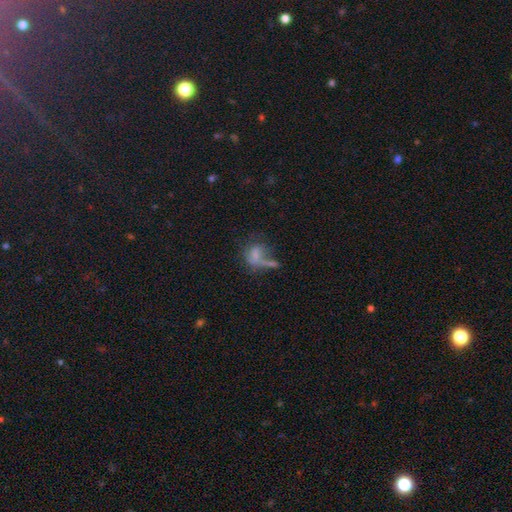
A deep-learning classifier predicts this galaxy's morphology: Q: Smooth or featured?
A: smooth (60%); runner-up: featured or disk (25%)
Q: How rounded?
A: in between (62%); runner-up: round (33%)
Q: Merging?
A: merger (30%); runner-up: none (29%)